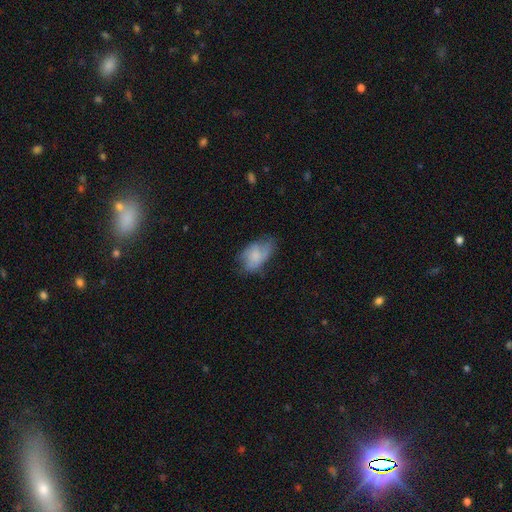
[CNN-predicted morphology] Smooth or featured? smooth (68%)
How rounded? in between (90%)
Merging? none (43%)